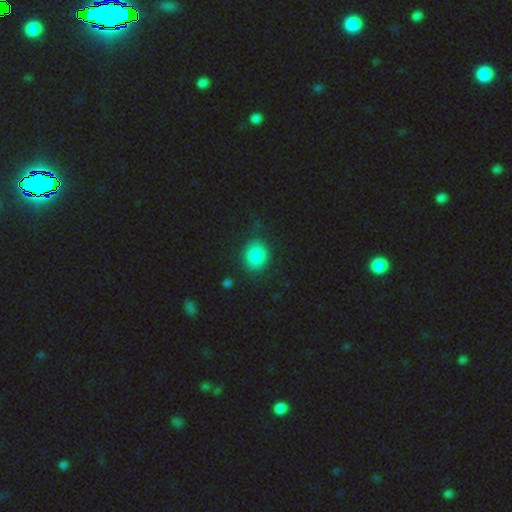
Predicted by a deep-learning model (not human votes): A smooth galaxy with no disk features (84%) that is round (69%).

Vote fractions:
- Smooth or featured? smooth: 84% / star or artifact: 9% / featured or disk: 7%
- How rounded? round: 69% / in between: 30% / cigar-shaped: 1%
- Merging? none: 78% / minor disturbance: 15% / major disturbance: 5% / merger: 2%